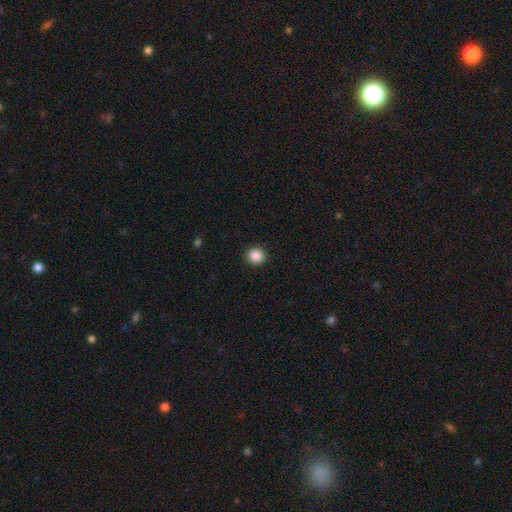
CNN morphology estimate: Smooth or featured? smooth (88%)
How rounded? round (92%)
Merging? none (92%)